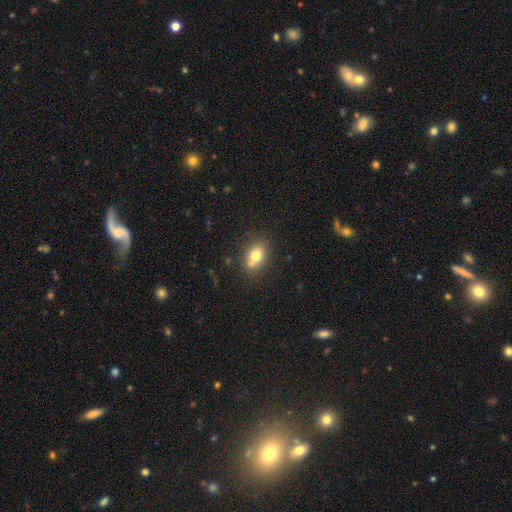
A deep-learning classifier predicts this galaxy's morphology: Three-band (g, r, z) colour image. It shows a smooth galaxy with no disk features (73%) that is in between round and cigar-shaped (68%). Merging: none (65%).